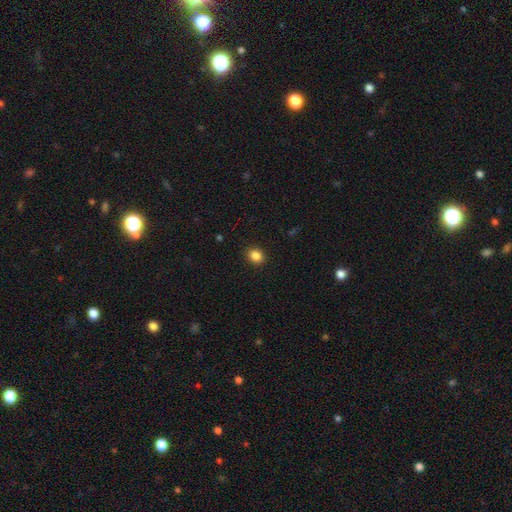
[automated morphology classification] Smooth or featured? Predicted: smooth (p=0.86). How rounded? Predicted: round (p=0.58). Merging? Predicted: none (p=0.91).